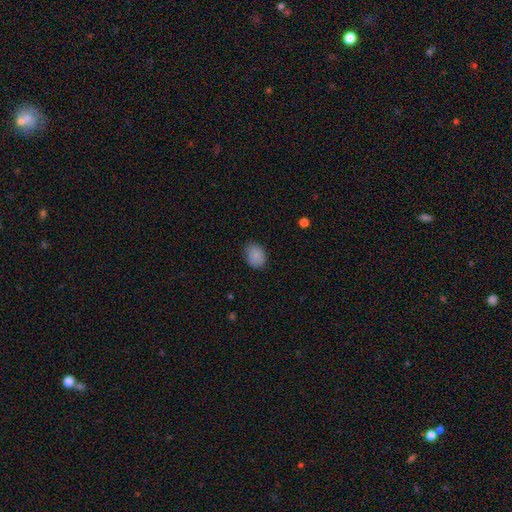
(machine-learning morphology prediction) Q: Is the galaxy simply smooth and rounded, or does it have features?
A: smooth — 87%.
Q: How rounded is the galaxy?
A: in between — 58%.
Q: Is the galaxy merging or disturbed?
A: none — 80%.